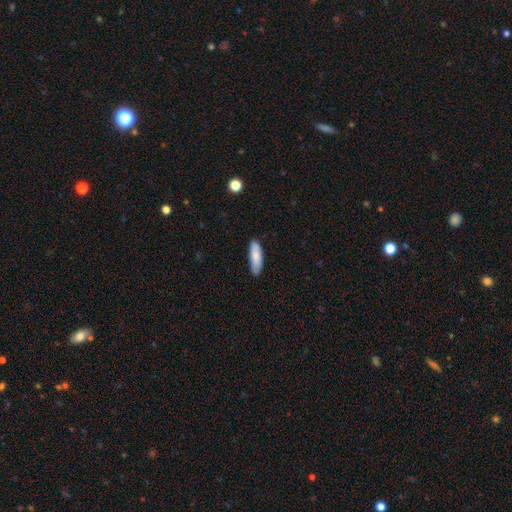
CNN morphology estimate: Smooth or featured?
  - smooth: 84% *
  - featured or disk: 11%
  - star or artifact: 6%
How rounded?
  - in between: 52% *
  - cigar-shaped: 47%
  - round: 2%
Merging?
  - none: 85% *
  - minor disturbance: 12%
  - major disturbance: 2%
  - merger: 1%